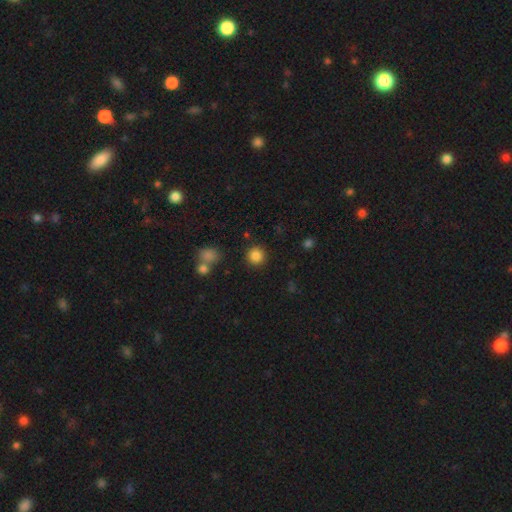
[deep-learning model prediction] Smooth or featured? smooth (85%)
How rounded? round (94%)
Merging? none (89%)